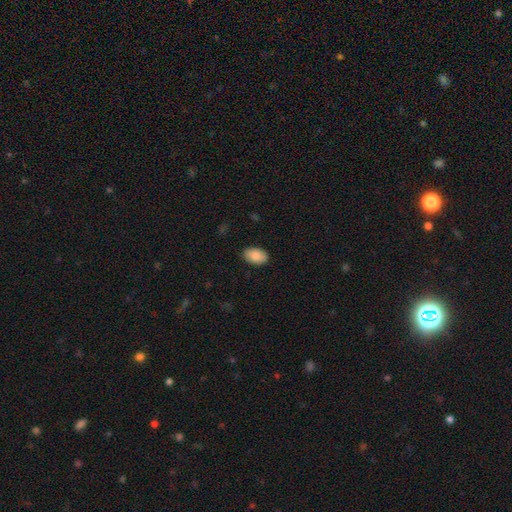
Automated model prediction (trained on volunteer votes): Smooth or featured?
  - smooth: 87% *
  - star or artifact: 6%
  - featured or disk: 6%
How rounded?
  - in between: 91% *
  - round: 8%
  - cigar-shaped: 1%
Merging?
  - none: 88% *
  - minor disturbance: 9%
  - major disturbance: 2%
  - merger: 1%